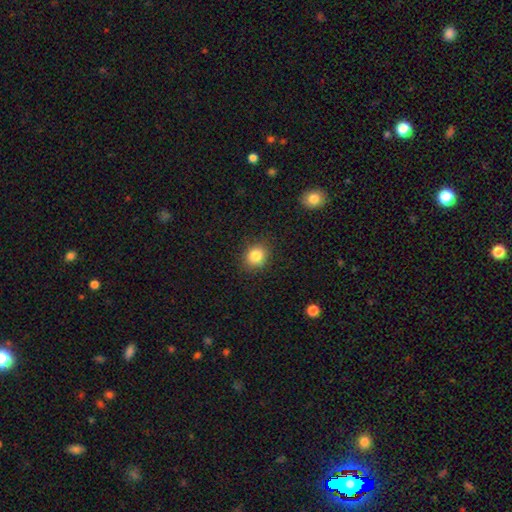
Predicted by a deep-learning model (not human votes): The model was most divided on "how rounded": round: 76%, in between: 23%, cigar-shaped: 1%. More confident: merging — none (88%); smooth or featured — smooth (84%).